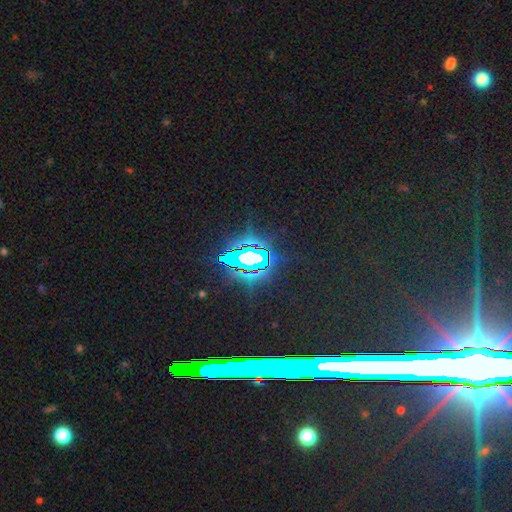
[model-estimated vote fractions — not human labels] Overall: star or artifact (80%).